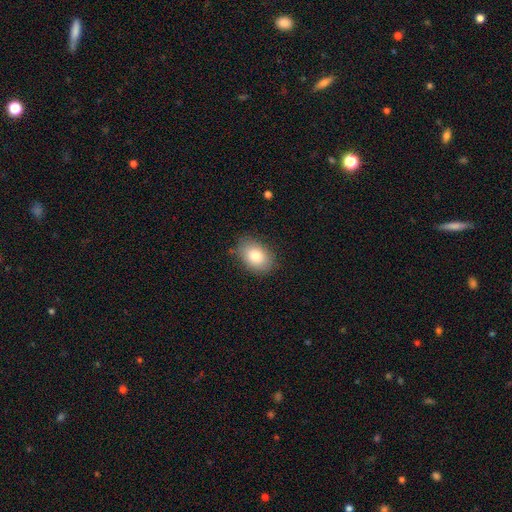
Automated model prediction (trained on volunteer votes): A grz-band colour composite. It shows a smooth galaxy with no disk features (80%) that is in between round and cigar-shaped (76%). Merging: none (81%).